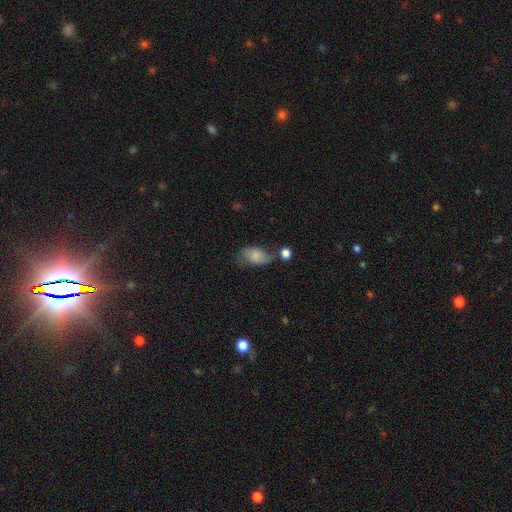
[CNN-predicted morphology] type=smooth (72%); roundness=in between (91%); merging=none (42%).